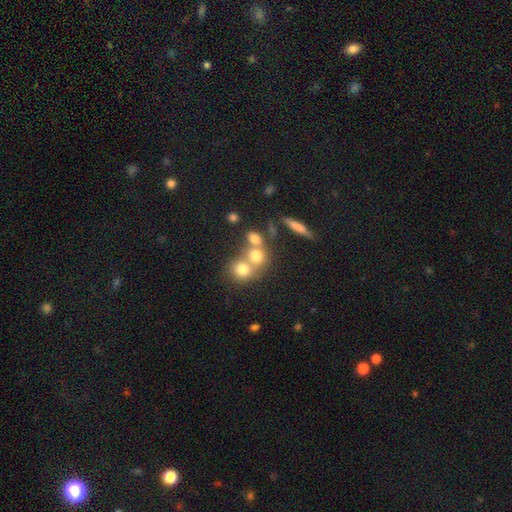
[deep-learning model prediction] Smooth or featured?
  - smooth: 71% *
  - featured or disk: 16%
  - star or artifact: 13%
How rounded?
  - round: 74% *
  - in between: 23%
  - cigar-shaped: 2%
Merging?
  - merger: 52% *
  - none: 37%
  - minor disturbance: 7%
  - major disturbance: 4%